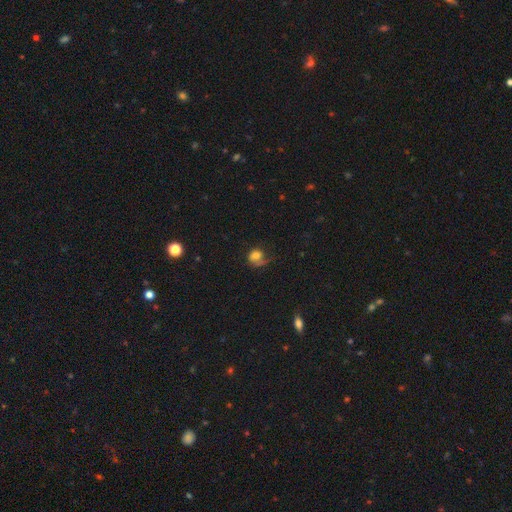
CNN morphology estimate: Smooth or featured: smooth — 57% (featured or disk — 30%)
How rounded: round — 53% (in between — 46%)
Merging: major disturbance — 43% (none — 31%)